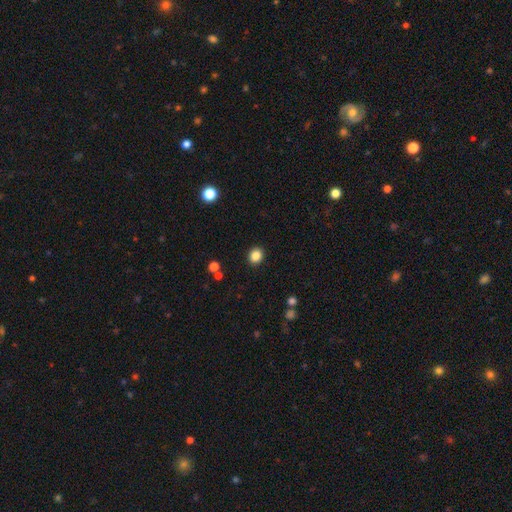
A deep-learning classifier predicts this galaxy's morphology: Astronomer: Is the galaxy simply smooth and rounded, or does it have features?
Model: smooth — 85%.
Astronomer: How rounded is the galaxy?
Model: round — 70%.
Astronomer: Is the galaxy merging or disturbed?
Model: none — 91%.